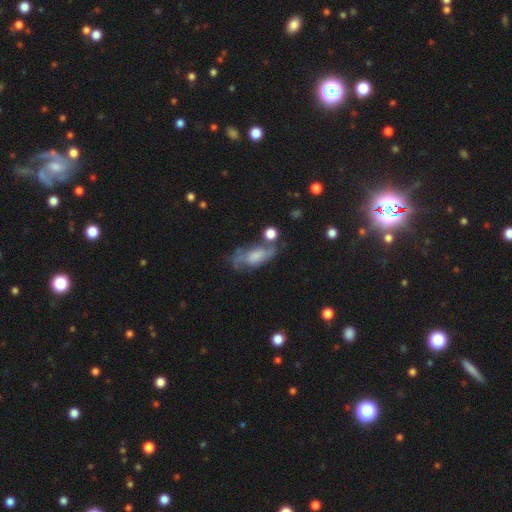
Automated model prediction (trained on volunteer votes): Overall: featured or disk (58%; smooth 33%). Edge-on disk: no (87%). Bar: no (63%; weak 30%). Spiral arms: yes (76%). Bulge size: moderate (29%, tied with small). Merging: none (47%; minor disturbance 25%).